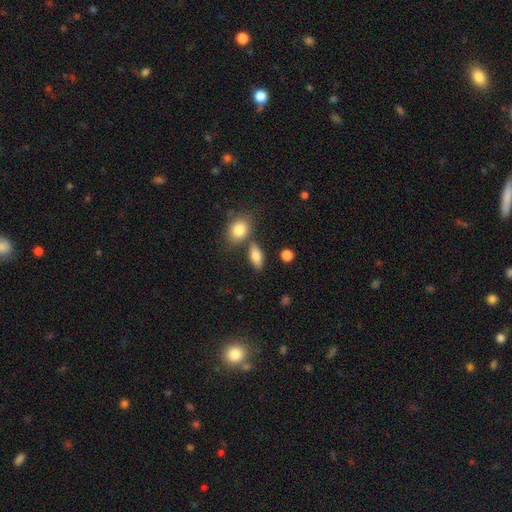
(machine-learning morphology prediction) smooth_or_featured: smooth (p=0.79) [alt: featured or disk p=0.13]
how_rounded: in between (p=0.82) [alt: cigar-shaped p=0.12]
merging: none (p=0.69) [alt: merger p=0.15]